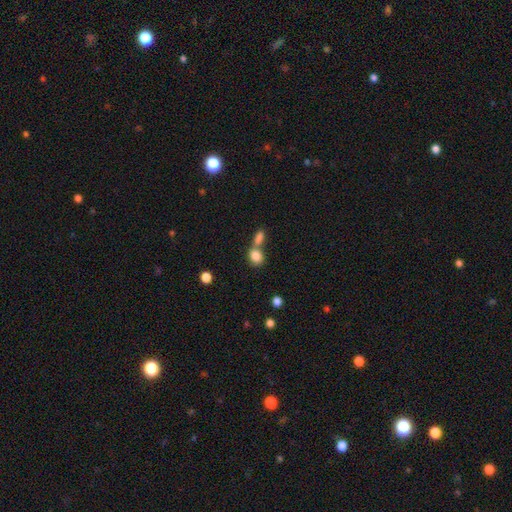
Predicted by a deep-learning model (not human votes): The model was most divided on "merging": merger: 52%, none: 37%, minor disturbance: 8%, major disturbance: 4%. More confident: smooth or featured — smooth (84%); how rounded — in between (57%).